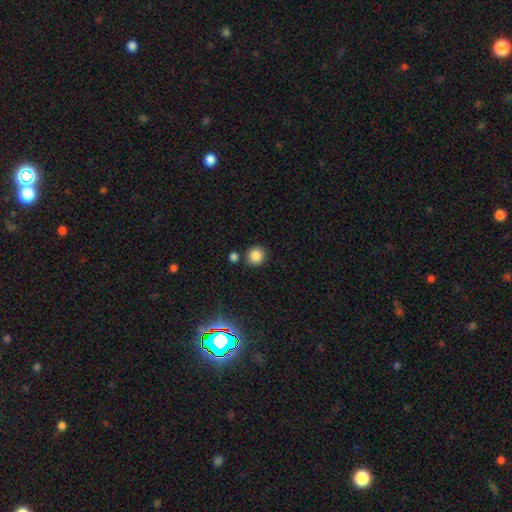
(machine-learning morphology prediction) Smooth or featured? Predicted: smooth (p=0.85). How rounded? Predicted: round (p=0.91). Merging? Predicted: none (p=0.81).